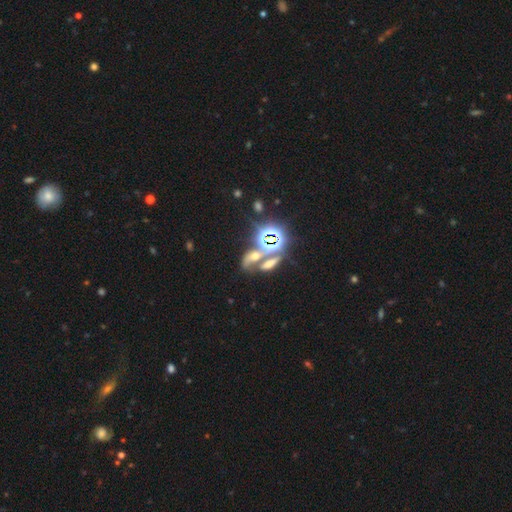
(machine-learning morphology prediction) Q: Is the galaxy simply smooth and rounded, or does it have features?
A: star or artifact — 51%.